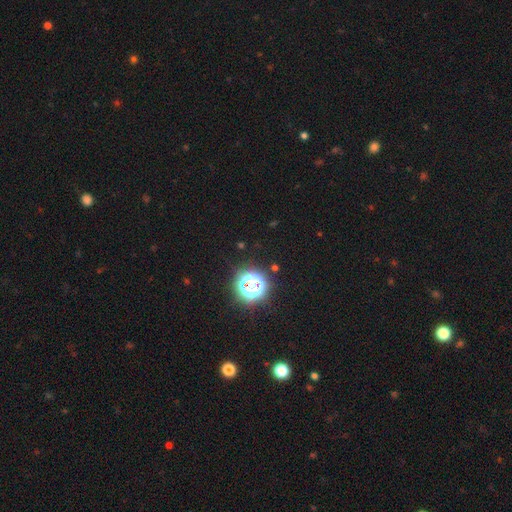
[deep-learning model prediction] Smooth or featured? star or artifact (79%)